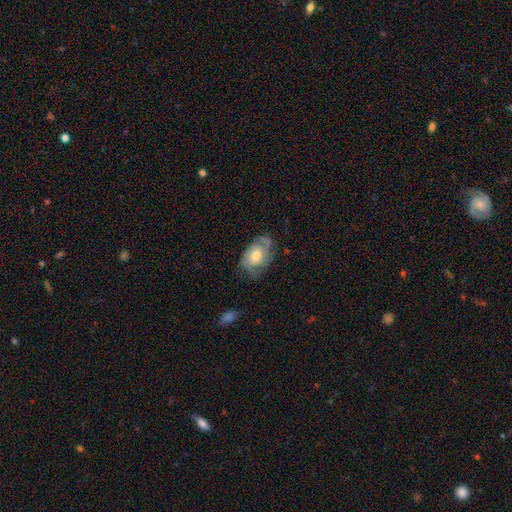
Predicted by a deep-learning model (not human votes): smooth-or-featured: featured or disk: 73% | smooth: 21% | star or artifact: 6%
  disk-edge-on: no: 96% | yes: 4%
    bar: no: 72% | weak: 24% | strong: 4%
    has-spiral-arms: yes: 91% | no: 9%
      spiral-winding: tight: 47% | medium: 39% | loose: 14%
      spiral-arm-count: 2: 31% | 3: 28% | can't tell: 25% | 4: 6% | 1: 6% | more than 4: 4%
    bulge-size: moderate: 70% | small: 16% | large: 11% | none: 2% | dominant: 1%
  merging: none: 66% | minor disturbance: 23% | major disturbance: 10% | merger: 1%